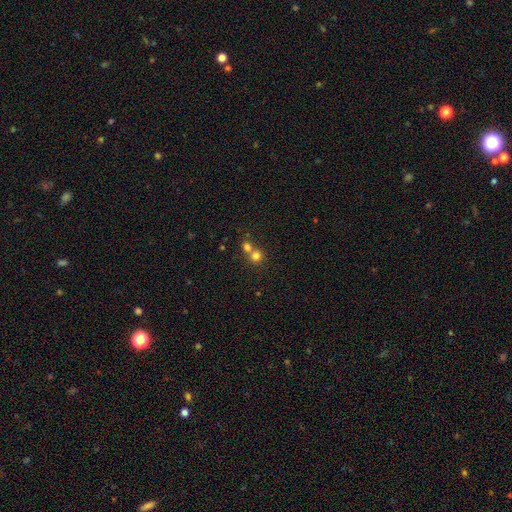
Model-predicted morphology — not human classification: A smooth galaxy with no disk features (76%) that is round (88%). Merging: merger (52%).